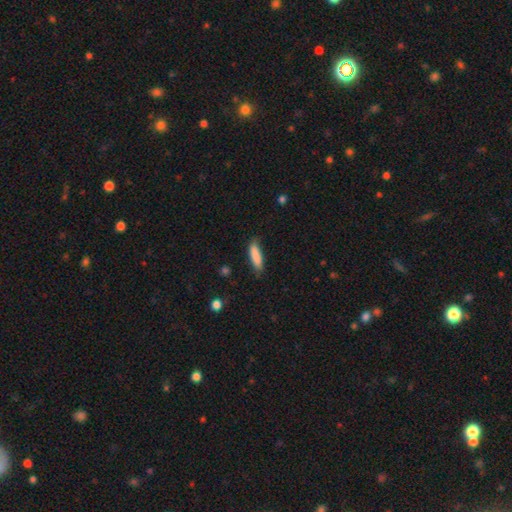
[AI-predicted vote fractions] The model was most divided on "how rounded": cigar-shaped: 66%, in between: 33%, round: 1%. More confident: smooth or featured — smooth (86%); merging — none (78%).